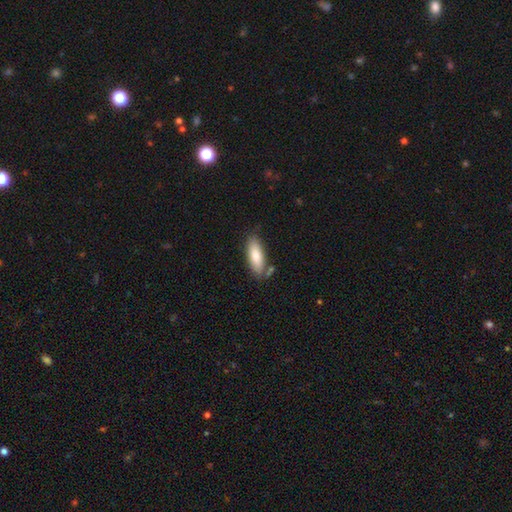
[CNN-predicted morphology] This is likely a smooth galaxy (79%). How rounded: likely in between (67%). Merging: likely none (74%).